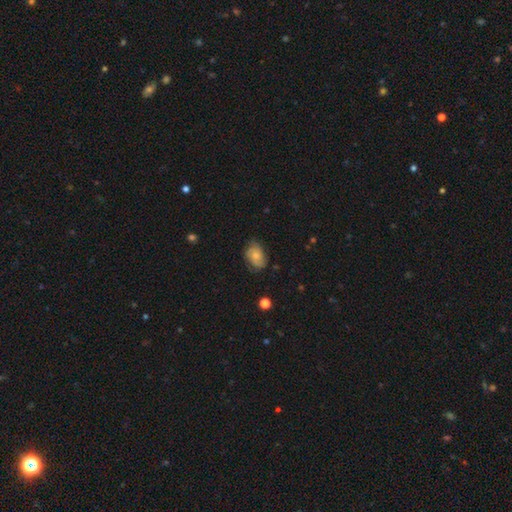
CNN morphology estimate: This is likely a smooth galaxy (63%). How rounded: clearly in between (80%). Merging: likely none (63%).